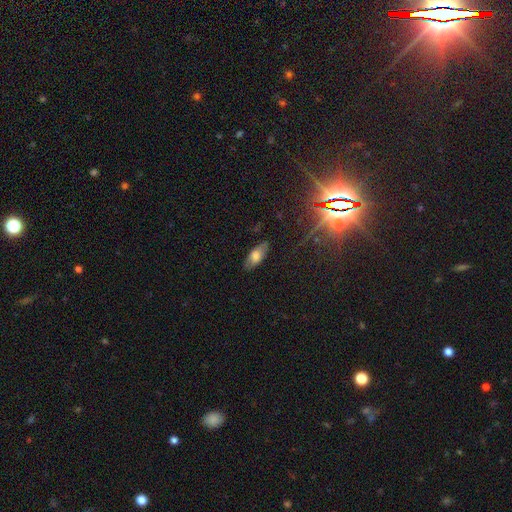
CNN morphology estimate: Smooth or featured? smooth (68%)
How rounded? in between (81%)
Merging? none (84%)